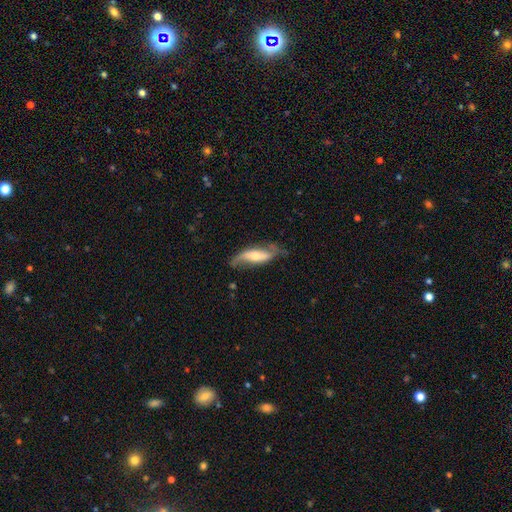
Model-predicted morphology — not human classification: Overall: featured or disk (70%). Edge-on disk: no (80%). Bar: no (39%; weak 32%). Spiral arms: yes (88%). Bulge size: moderate (57%; small 29%). Merging: none (61%; minor disturbance 25%).